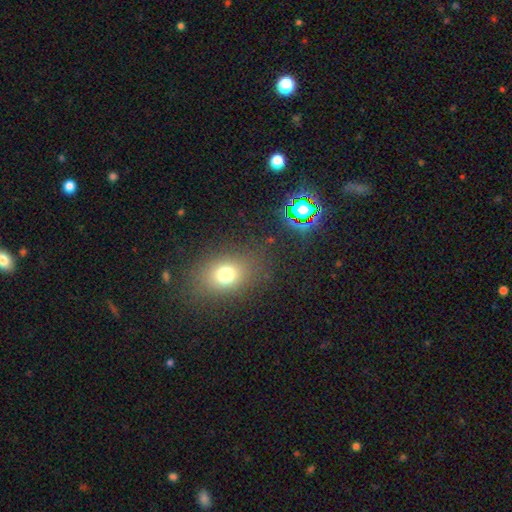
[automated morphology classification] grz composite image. It shows a smooth galaxy with no disk features (66%) that is in between round and cigar-shaped (65%). Merging: none (86%).